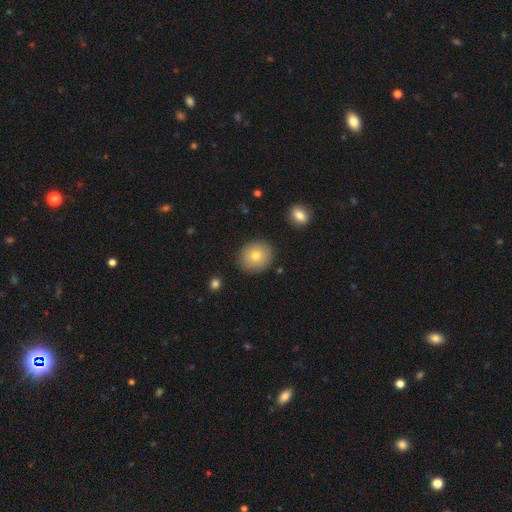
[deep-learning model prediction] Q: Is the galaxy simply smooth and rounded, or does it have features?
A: smooth — 78%.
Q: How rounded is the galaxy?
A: round — 85%.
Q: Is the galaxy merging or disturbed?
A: none — 89%.